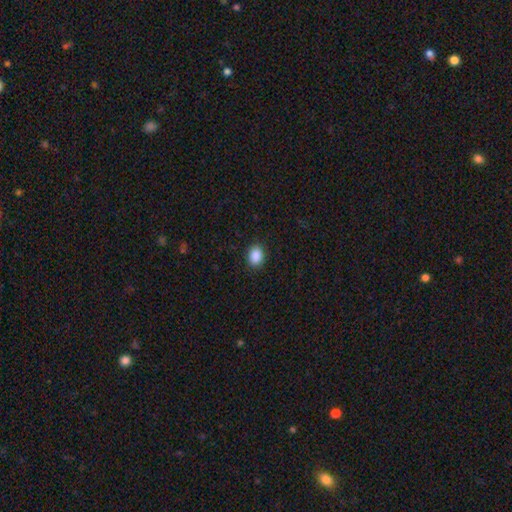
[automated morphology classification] A smooth galaxy with no disk features (89%) that is in between round and cigar-shaped (63%). Merging: none (89%).